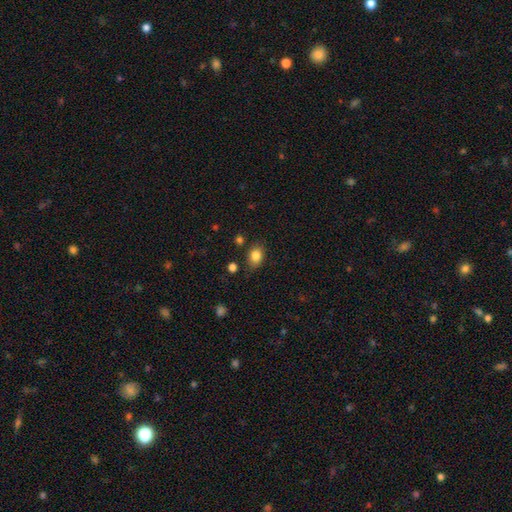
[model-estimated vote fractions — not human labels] This appears to be a smooth galaxy with no disk features (83%) that is in between round and cigar-shaped (61%). Merging: none (78%).